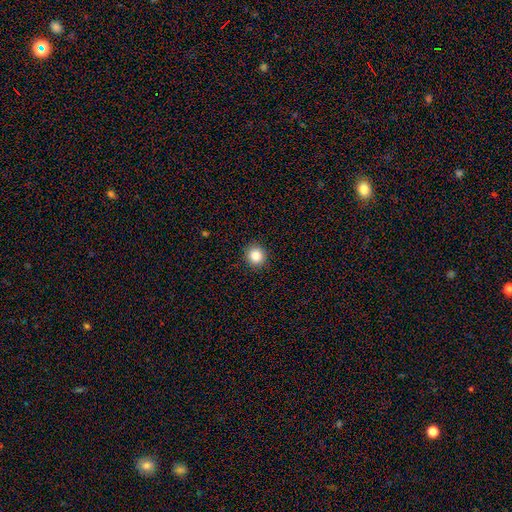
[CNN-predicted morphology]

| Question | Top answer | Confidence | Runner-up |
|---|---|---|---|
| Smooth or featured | smooth | 85% | star or artifact (10%) |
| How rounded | round | 91% | in between (8%) |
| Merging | none | 92% | minor disturbance (5%) |